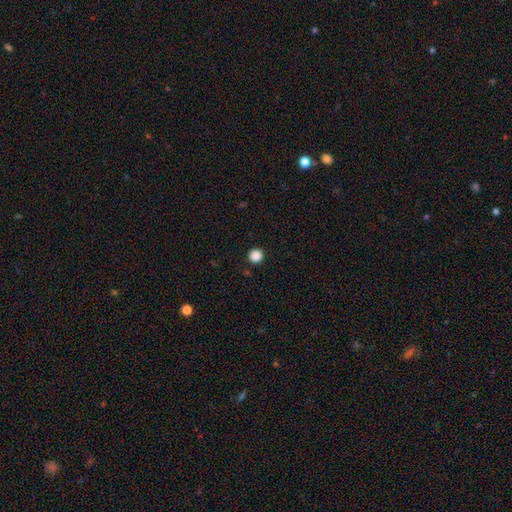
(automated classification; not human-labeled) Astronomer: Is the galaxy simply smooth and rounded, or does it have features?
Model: smooth — 87%.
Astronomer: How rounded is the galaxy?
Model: round — 95%.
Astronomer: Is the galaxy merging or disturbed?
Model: none — 92%.